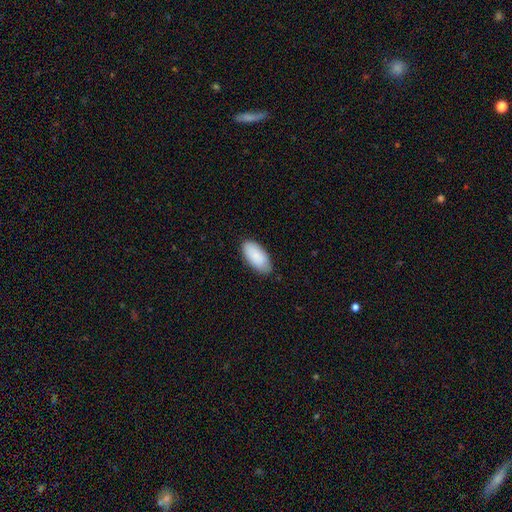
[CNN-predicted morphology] The model was most divided on "merging": none: 83%, minor disturbance: 14%, major disturbance: 2%, merger: 1%. More confident: how rounded — in between (94%); smooth or featured — smooth (88%).